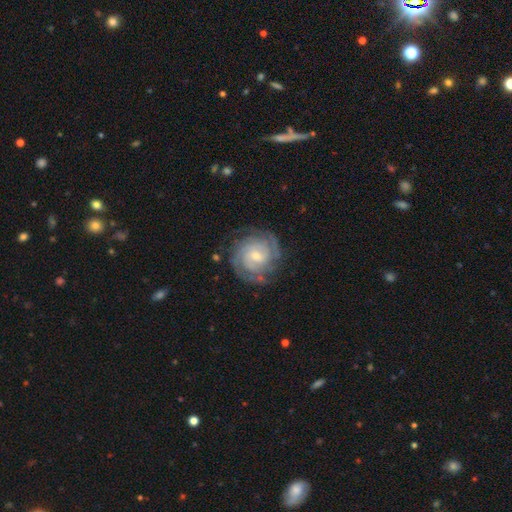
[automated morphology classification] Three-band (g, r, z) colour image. It shows a featured or disk galaxy (86%) with no bar (62%), tight (76%) spiral arms (97%) and a small central bulge (61%). Merging: none (79%).